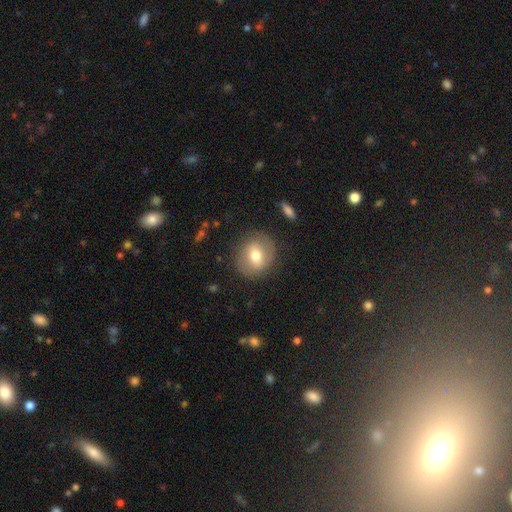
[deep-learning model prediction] Smooth or featured? smooth (58%)
How rounded? round (68%)
Merging? none (82%)